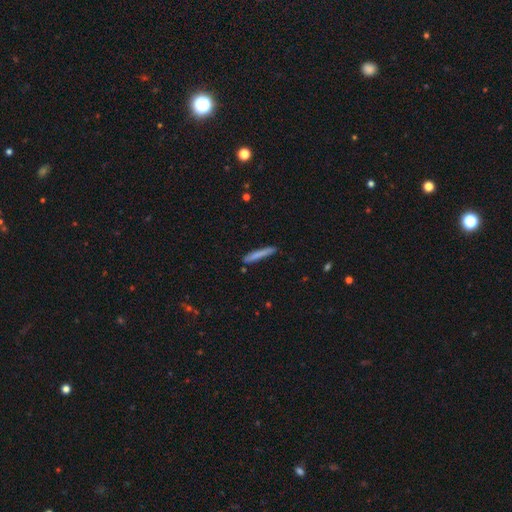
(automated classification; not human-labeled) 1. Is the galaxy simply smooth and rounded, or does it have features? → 70% smooth, 23% featured or disk, 7% star or artifact.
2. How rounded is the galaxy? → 95% cigar-shaped, 3% in between, 1% round.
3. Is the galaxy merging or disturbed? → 87% none, 10% minor disturbance, 2% merger, 2% major disturbance.